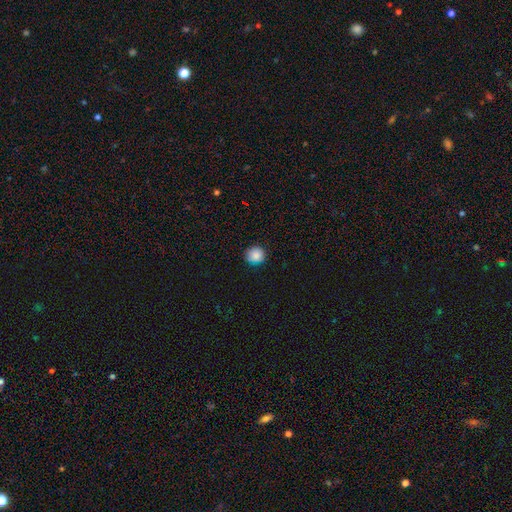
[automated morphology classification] Smooth or featured?
  - smooth: 85% *
  - star or artifact: 10%
  - featured or disk: 5%
How rounded?
  - round: 91% *
  - in between: 8%
  - cigar-shaped: 1%
Merging?
  - none: 84% *
  - minor disturbance: 13%
  - major disturbance: 2%
  - merger: 1%